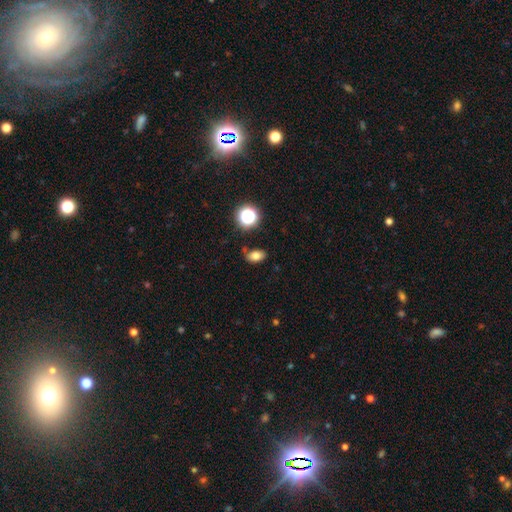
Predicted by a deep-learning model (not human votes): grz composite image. It shows a smooth galaxy with no disk features (76%) that is in between round and cigar-shaped (84%). Merging: none (79%).